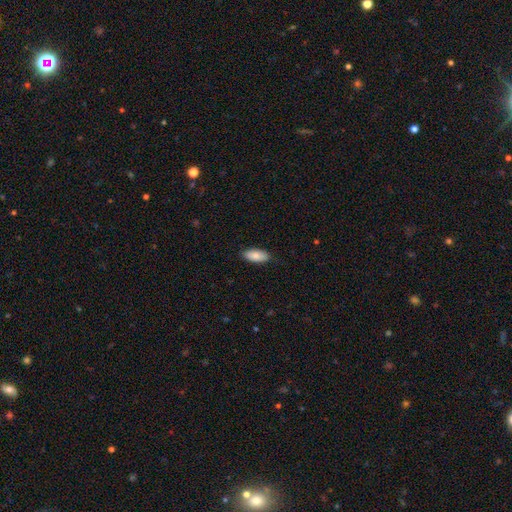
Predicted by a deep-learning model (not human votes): The model was most divided on "smooth or featured": smooth: 86%, featured or disk: 8%, star or artifact: 6%. More confident: how rounded — in between (89%); merging — none (88%).